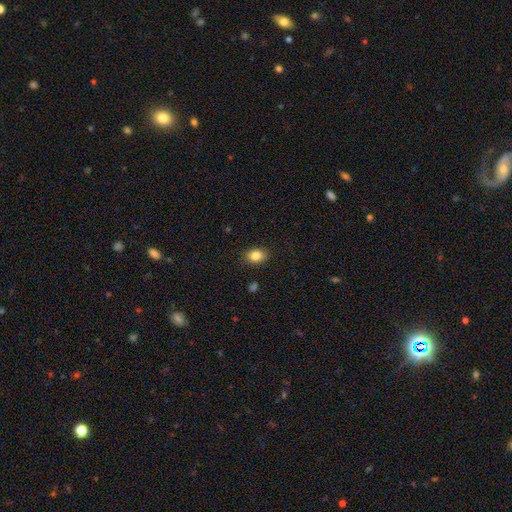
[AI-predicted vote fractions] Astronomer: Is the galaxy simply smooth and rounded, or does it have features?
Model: smooth — 84%.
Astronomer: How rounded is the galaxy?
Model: in between — 60% (runner-up: round, 39%).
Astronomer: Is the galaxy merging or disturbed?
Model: none — 88%.